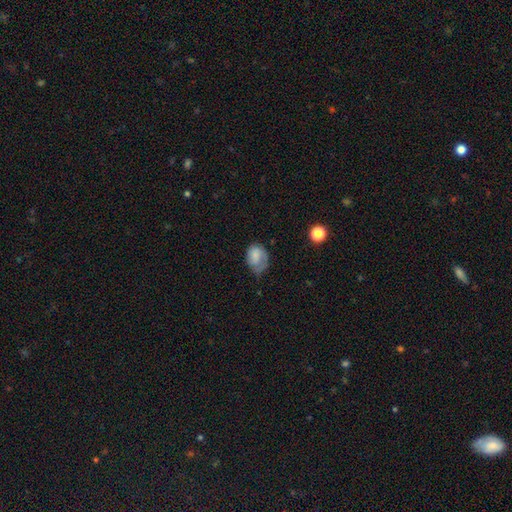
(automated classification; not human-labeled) smooth_or_featured: smooth (p=0.70) [alt: featured or disk p=0.22]
how_rounded: in between (p=0.66) [alt: round p=0.33]
merging: minor disturbance (p=0.37) [alt: none p=0.34]